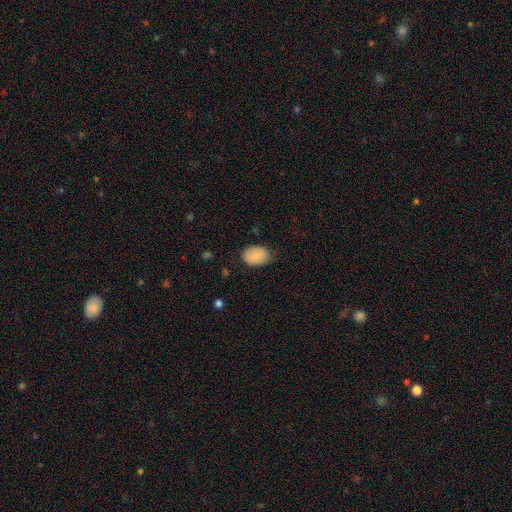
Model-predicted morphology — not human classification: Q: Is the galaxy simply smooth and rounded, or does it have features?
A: smooth — 80%.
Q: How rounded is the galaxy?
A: in between — 73%.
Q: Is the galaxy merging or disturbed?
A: none — 75%.